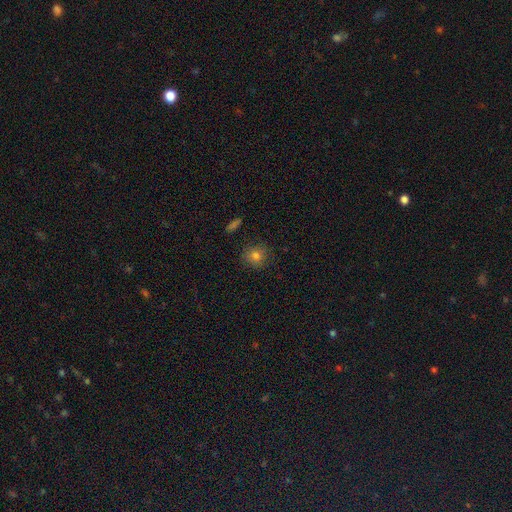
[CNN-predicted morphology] This is likely a smooth galaxy (79%). How rounded: clearly round (89%). Merging: clearly none (85%).